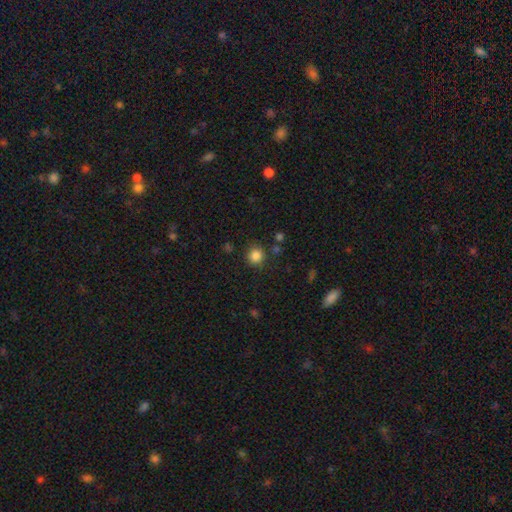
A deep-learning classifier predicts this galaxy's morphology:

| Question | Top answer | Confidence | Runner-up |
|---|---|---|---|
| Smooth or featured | smooth | 85% | star or artifact (12%) |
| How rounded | round | 91% | in between (8%) |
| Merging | none | 85% | minor disturbance (9%) |